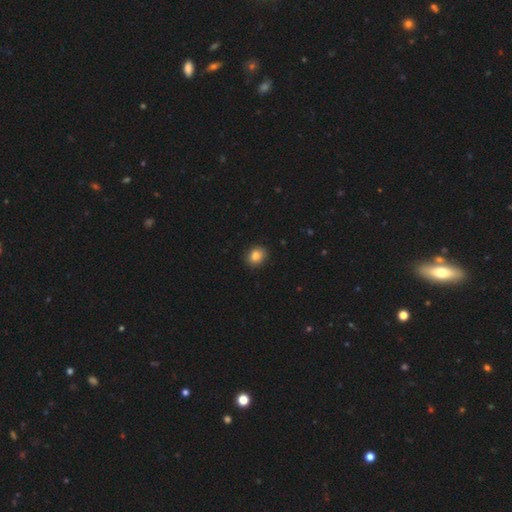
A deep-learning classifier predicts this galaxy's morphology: type=smooth (85%); roundness=round (62%); merging=none (90%).